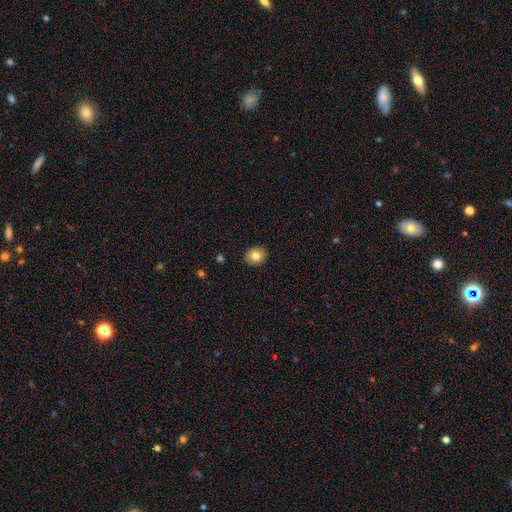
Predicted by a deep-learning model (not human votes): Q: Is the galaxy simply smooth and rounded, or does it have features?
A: smooth — 79%.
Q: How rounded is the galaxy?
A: round — 66%.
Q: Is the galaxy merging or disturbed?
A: none — 90%.